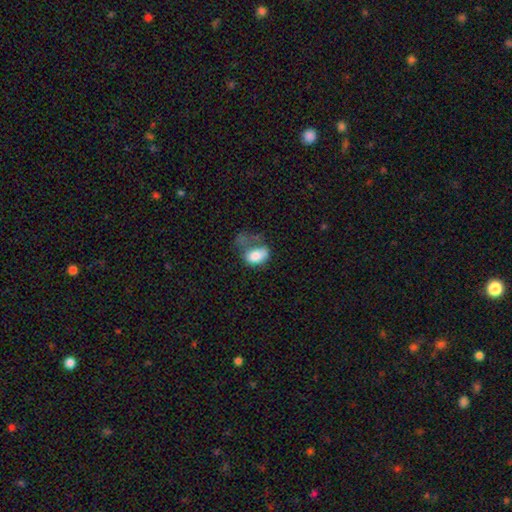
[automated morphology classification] type=smooth (76%); roundness=in between (85%); merging=major disturbance (50%).